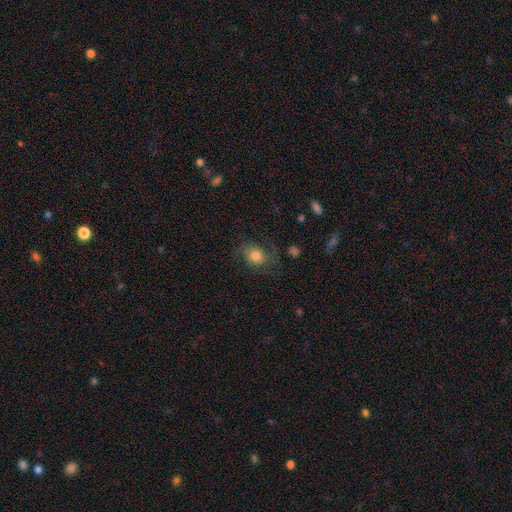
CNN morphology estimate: This is possibly a smooth galaxy (58%). How rounded: possibly round (55%). Merging: possibly none (58%).